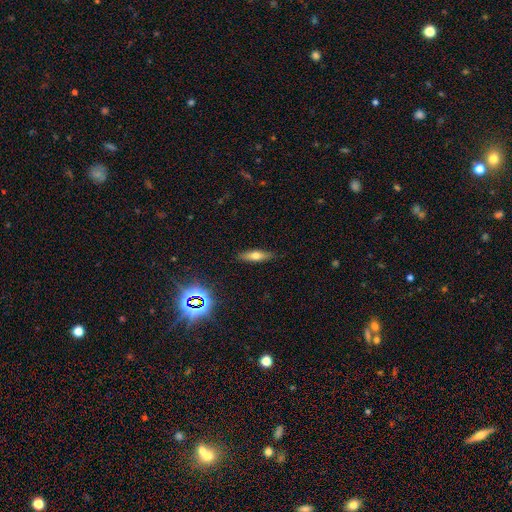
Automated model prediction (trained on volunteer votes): The model was most divided on "how rounded": cigar-shaped: 60%, in between: 37%, round: 3%. More confident: merging — none (87%); smooth or featured — smooth (57%).